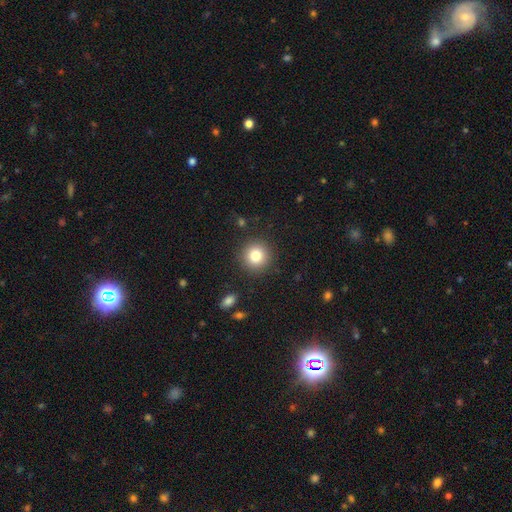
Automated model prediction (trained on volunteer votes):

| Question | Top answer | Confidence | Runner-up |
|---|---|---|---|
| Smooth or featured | smooth | 80% | star or artifact (11%) |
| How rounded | round | 94% | in between (5%) |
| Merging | none | 90% | minor disturbance (6%) |